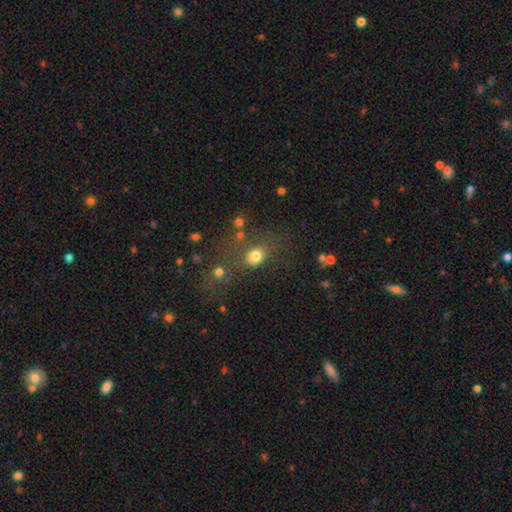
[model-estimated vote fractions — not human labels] smooth-or-featured: smooth: 76% | star or artifact: 16% | featured or disk: 8%
  how-rounded: round: 51% | in between: 47% | cigar-shaped: 2%
  merging: none: 56% | merger: 18% | minor disturbance: 15% | major disturbance: 11%